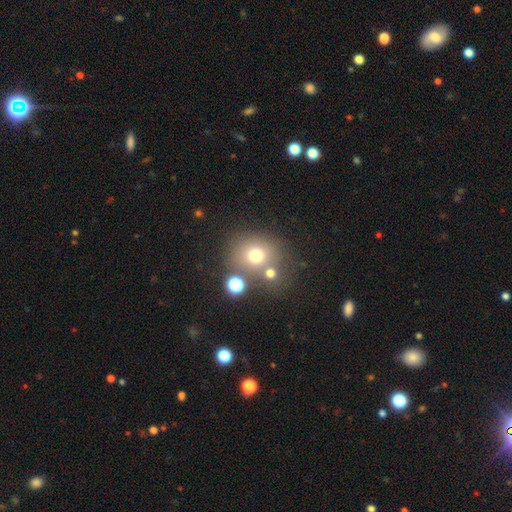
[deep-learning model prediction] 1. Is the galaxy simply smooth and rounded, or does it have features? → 68% smooth, 18% star or artifact, 13% featured or disk.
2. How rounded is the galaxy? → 80% round, 19% in between, 1% cigar-shaped.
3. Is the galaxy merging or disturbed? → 62% none, 23% merger, 10% minor disturbance, 5% major disturbance.